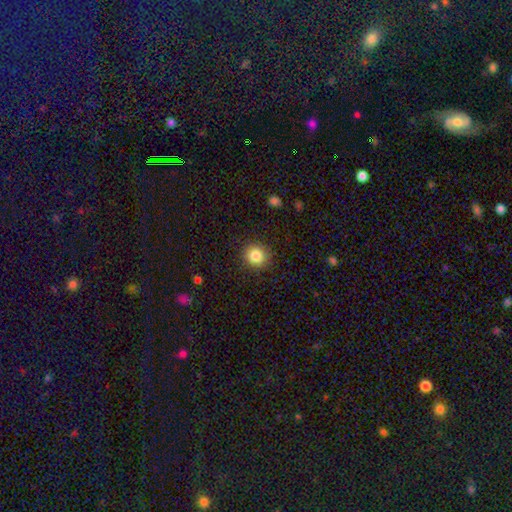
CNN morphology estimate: This appears to be a smooth galaxy with no disk features (85%) that is round (90%). Merging: none (90%).